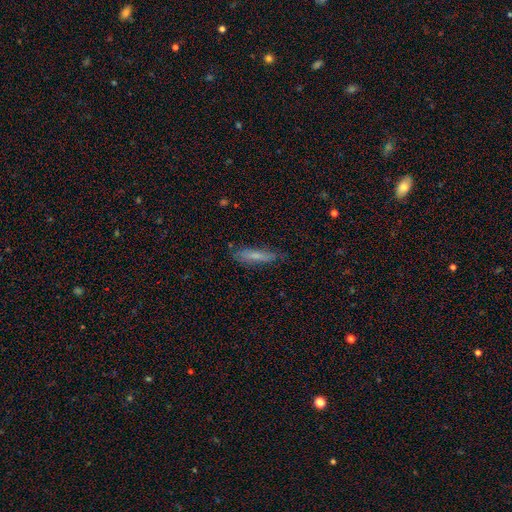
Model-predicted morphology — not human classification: This appears to be a smooth galaxy with no disk features (64%) that is cigar-shaped (76%). Merging: none (76%).